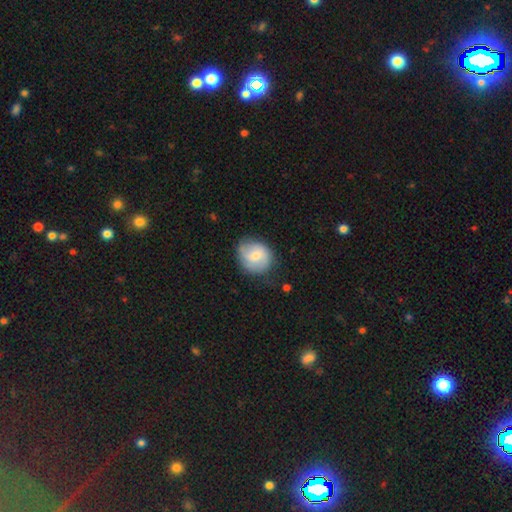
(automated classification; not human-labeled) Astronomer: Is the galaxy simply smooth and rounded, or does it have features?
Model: smooth — 57% (runner-up: featured or disk, 36%).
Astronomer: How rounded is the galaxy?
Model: round — 77%.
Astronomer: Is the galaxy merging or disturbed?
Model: none — 69%.